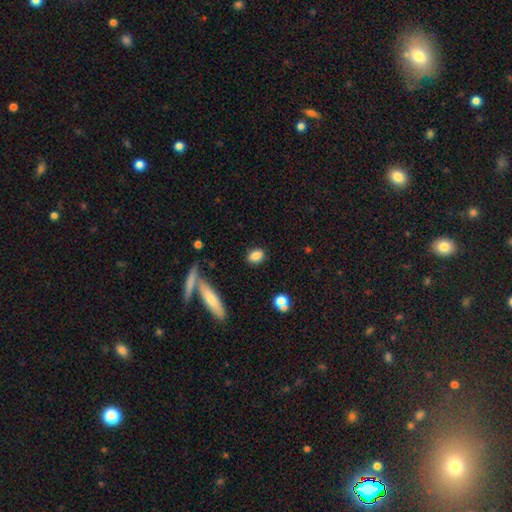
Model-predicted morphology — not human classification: This is clearly a smooth galaxy (84%). How rounded: likely in between (71%). Merging: clearly none (84%).